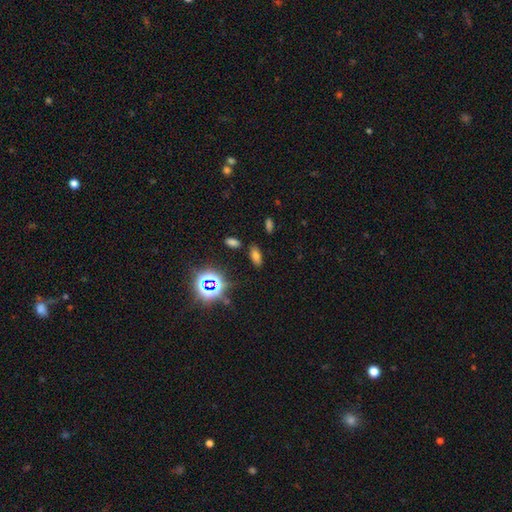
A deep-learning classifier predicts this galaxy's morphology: Smooth or featured? smooth (64%)
How rounded? in between (85%)
Merging? none (83%)